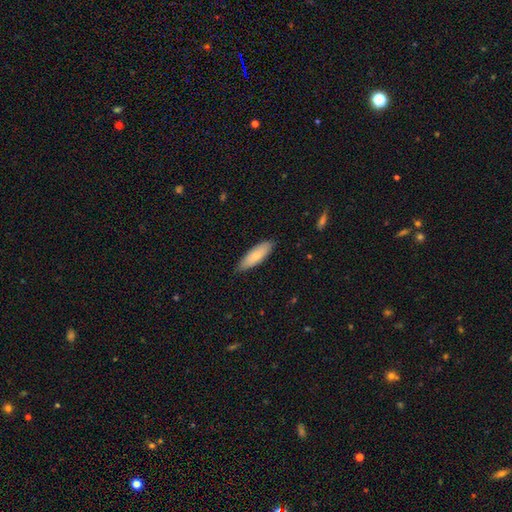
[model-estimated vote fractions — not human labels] Q: Smooth or featured?
A: smooth (78%); runner-up: featured or disk (17%)
Q: How rounded?
A: in between (56%); runner-up: cigar-shaped (43%)
Q: Merging?
A: none (83%); runner-up: minor disturbance (14%)